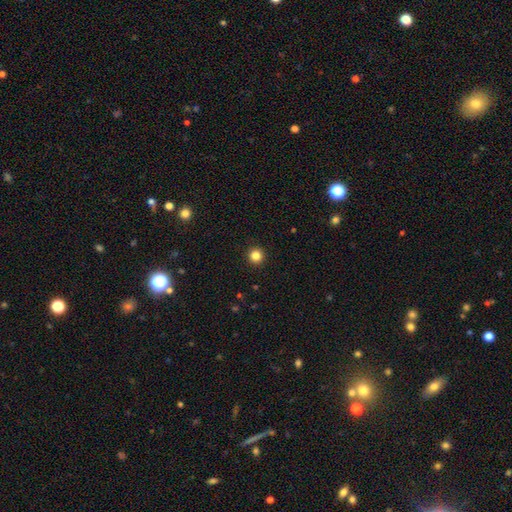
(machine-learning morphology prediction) This appears to be a smooth galaxy with no disk features (84%) that is round (96%). Merging: none (94%).